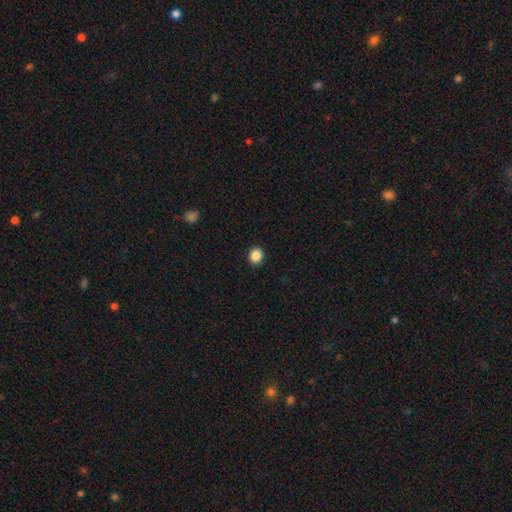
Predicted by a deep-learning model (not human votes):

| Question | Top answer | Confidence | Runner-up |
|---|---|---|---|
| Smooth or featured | smooth | 87% | star or artifact (10%) |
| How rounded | round | 75% | in between (24%) |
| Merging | none | 92% | minor disturbance (5%) |